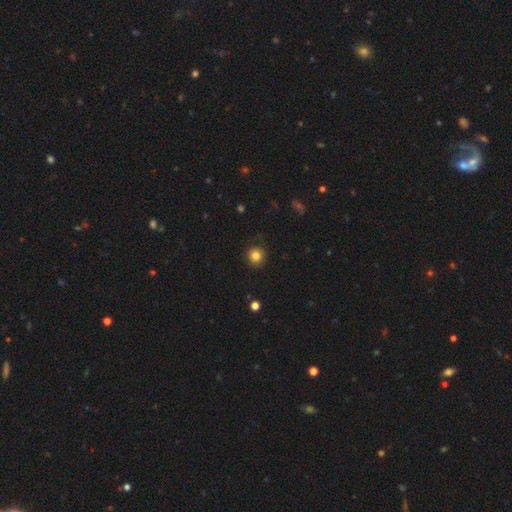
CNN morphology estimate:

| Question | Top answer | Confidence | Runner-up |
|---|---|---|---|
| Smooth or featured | smooth | 83% | star or artifact (12%) |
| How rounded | round | 94% | in between (5%) |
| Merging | none | 91% | minor disturbance (6%) |